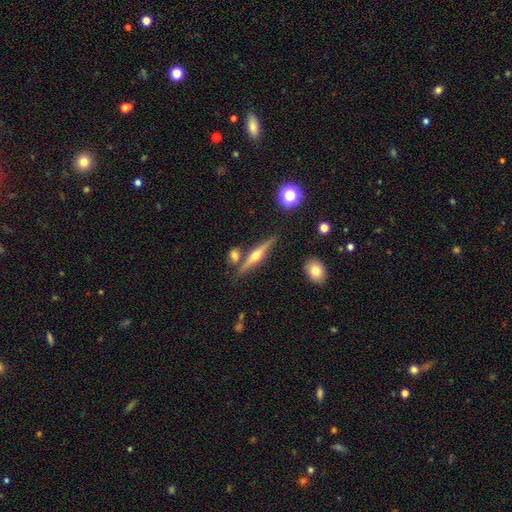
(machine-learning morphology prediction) This is likely a featured or disk galaxy (75%). It is clearly viewed edge-on (97%). Edge-on bulge: clearly rounded (95%). Merging: likely none (78%).